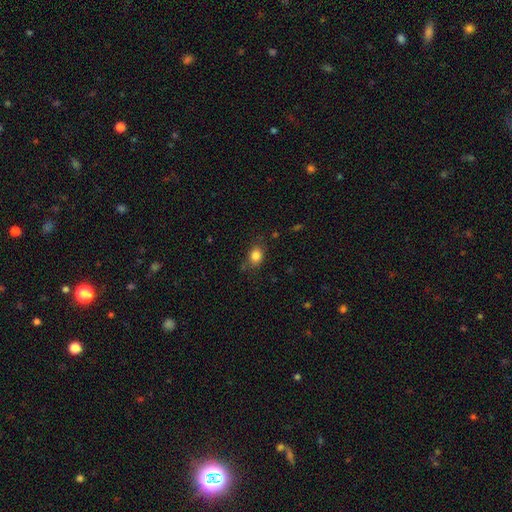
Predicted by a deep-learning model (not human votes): Smooth or featured? Predicted: smooth (p=0.84). How rounded? Predicted: in between (p=0.57). Merging? Predicted: none (p=0.76).